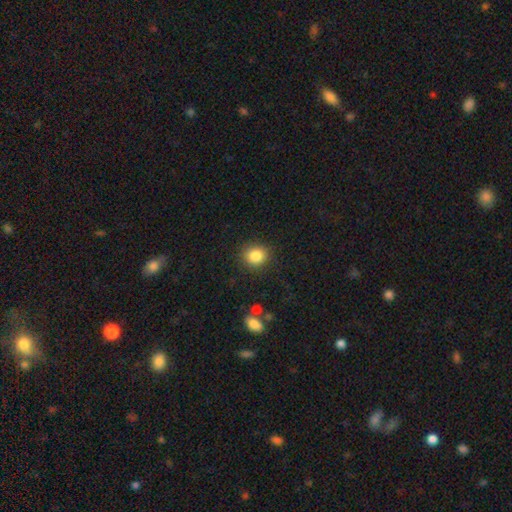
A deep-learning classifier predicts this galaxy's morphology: The model was most divided on "how rounded": round: 81%, in between: 18%, cigar-shaped: 1%. More confident: merging — none (87%); smooth or featured — smooth (85%).